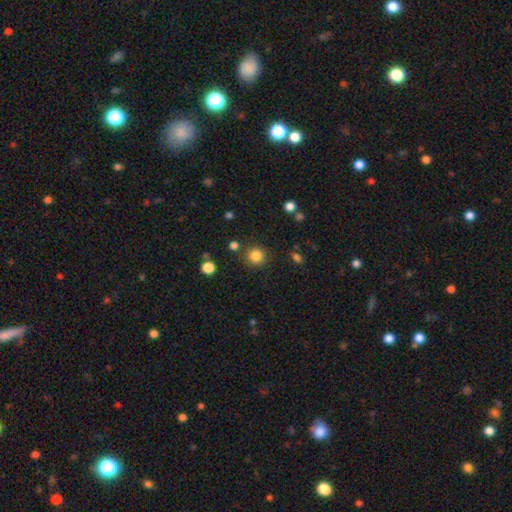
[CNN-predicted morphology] Overall: smooth (84%). How rounded: round (92%). Merging: none (86%).